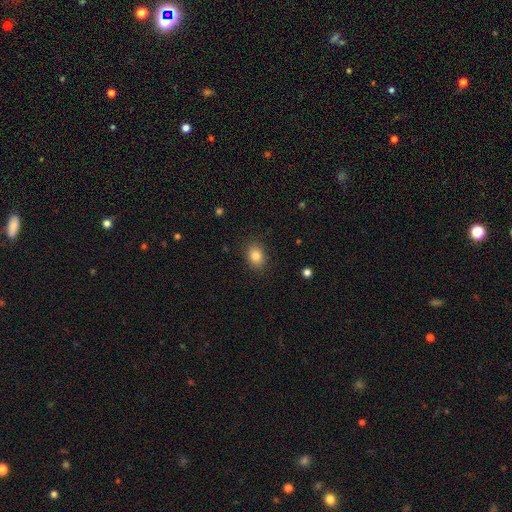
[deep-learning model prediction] A smooth galaxy with no disk features (85%) that is in between round and cigar-shaped (63%).

Vote fractions:
- Smooth or featured? smooth: 85% / star or artifact: 10% / featured or disk: 6%
- How rounded? in between: 63% / round: 36% / cigar-shaped: 1%
- Merging? none: 86% / minor disturbance: 10% / major disturbance: 3% / merger: 1%